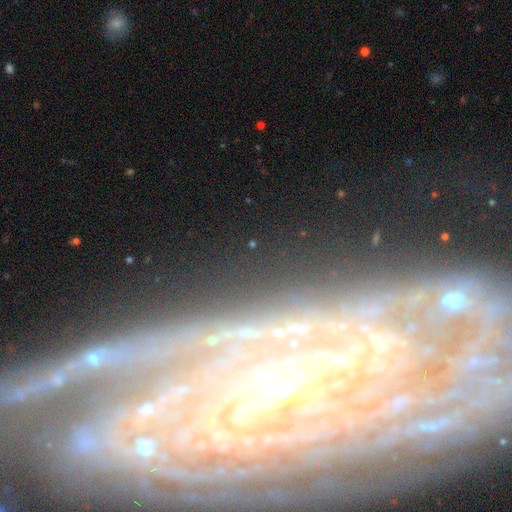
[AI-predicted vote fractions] smooth_or_featured: featured or disk (p=0.80) [alt: star or artifact p=0.11]
disk_edge_on: no (p=0.88) [alt: yes p=0.12]
bar: no (p=0.49) [alt: weak p=0.29]
has_spiral_arms: yes (p=0.92) [alt: no p=0.08]
spiral_winding: tight (p=0.77) [alt: medium p=0.17]
spiral_arm_count: can't tell (p=0.33) [alt: 2 p=0.15]
bulge_size: small (p=0.67) [alt: moderate p=0.26]
merging: none (p=0.76) [alt: minor disturbance p=0.14]